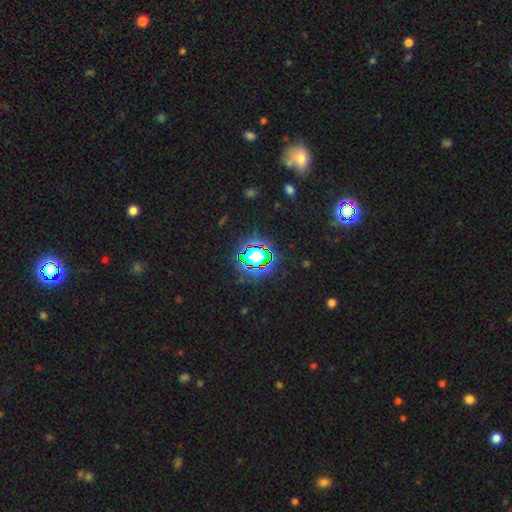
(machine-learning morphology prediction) Smooth or featured: star or artifact — 77% (smooth — 15%)